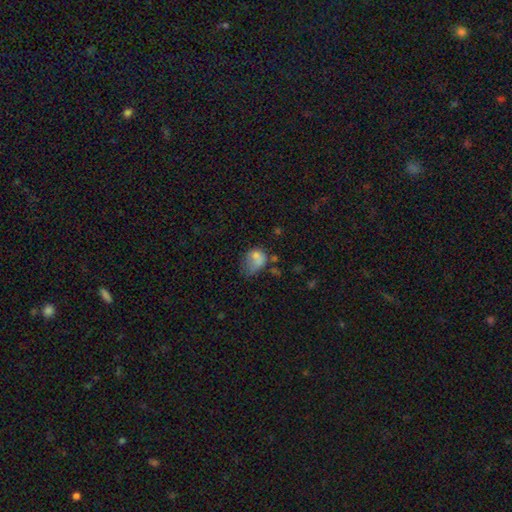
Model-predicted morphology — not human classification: A smooth galaxy with no disk features (67%) that is in between round and cigar-shaped (67%).

Vote fractions:
- Smooth or featured? smooth: 67% / featured or disk: 18% / star or artifact: 14%
- How rounded? in between: 67% / round: 31% / cigar-shaped: 1%
- Merging? major disturbance: 36% / minor disturbance: 28% / none: 24% / merger: 11%